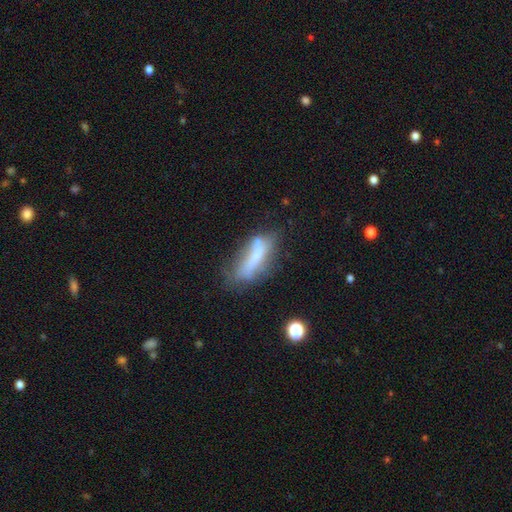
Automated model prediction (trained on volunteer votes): This appears to be a smooth galaxy with no disk features (54%) that is in between round and cigar-shaped (49%). Merging: none (40%).